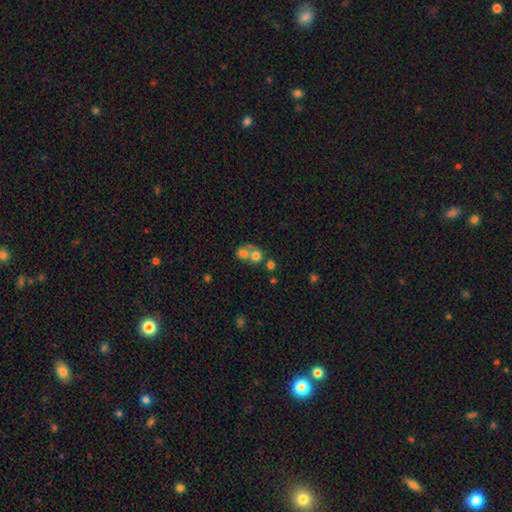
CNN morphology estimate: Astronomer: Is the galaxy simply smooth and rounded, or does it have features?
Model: smooth — 66%.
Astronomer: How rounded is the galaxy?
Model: round — 73%.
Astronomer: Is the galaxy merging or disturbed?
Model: merger — 63%.